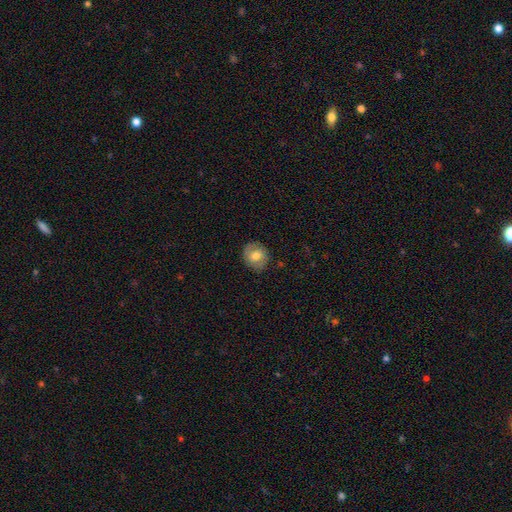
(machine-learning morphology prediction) A smooth galaxy with no disk features (65%) that is round (74%). Merging: none (84%).